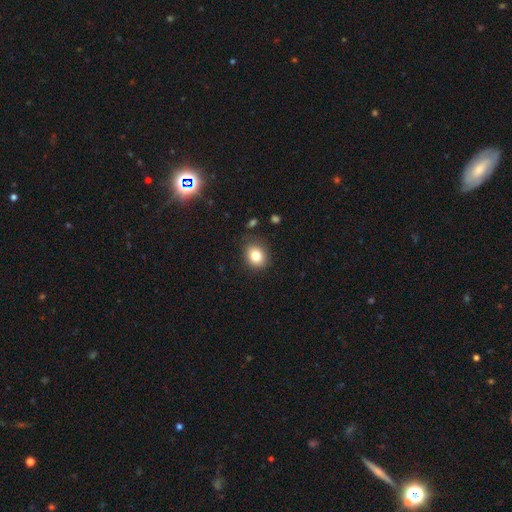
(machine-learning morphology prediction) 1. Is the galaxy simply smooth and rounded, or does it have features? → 81% smooth, 11% star or artifact, 8% featured or disk.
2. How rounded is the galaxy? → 59% round, 40% in between, 1% cigar-shaped.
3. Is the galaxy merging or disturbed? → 84% none, 11% minor disturbance, 3% major disturbance, 2% merger.